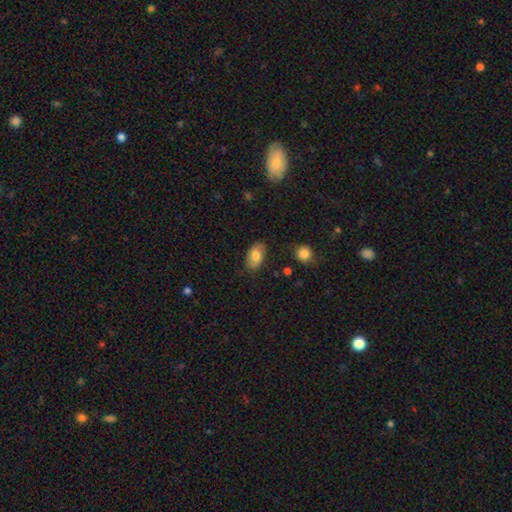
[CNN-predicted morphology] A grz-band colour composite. It shows a smooth galaxy with no disk features (76%) that is in between round and cigar-shaped (92%). Merging: none (79%).